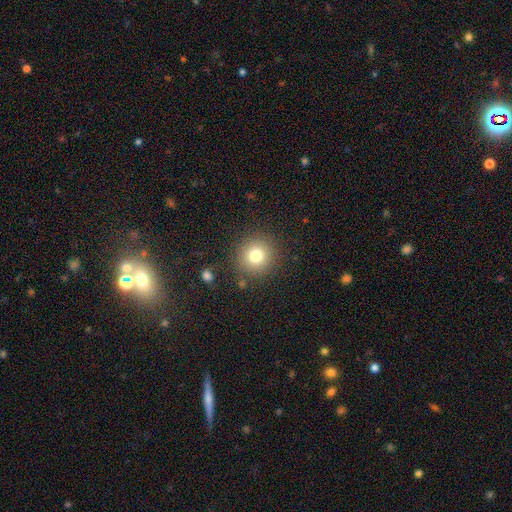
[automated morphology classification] type=smooth (78%); roundness=round (93%); merging=none (87%).